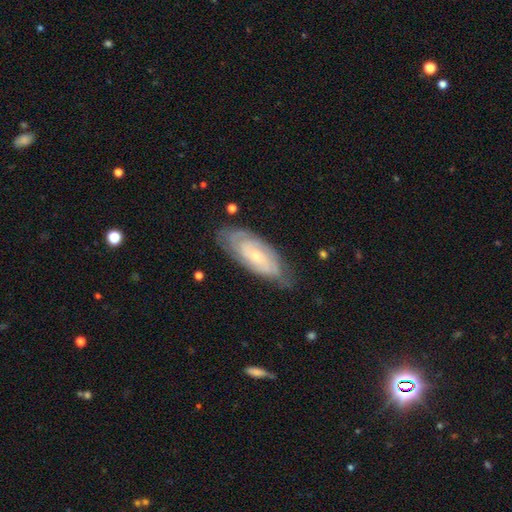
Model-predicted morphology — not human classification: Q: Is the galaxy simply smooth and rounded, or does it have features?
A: featured or disk — 73%.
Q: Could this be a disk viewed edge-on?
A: no — 89%.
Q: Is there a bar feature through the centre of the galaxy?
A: no — 68%.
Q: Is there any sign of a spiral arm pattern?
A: yes — 89%.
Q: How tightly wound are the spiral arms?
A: tight — 69%.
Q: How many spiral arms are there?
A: can't tell — 48%.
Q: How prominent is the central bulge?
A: small — 69%.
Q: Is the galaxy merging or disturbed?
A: none — 72%.